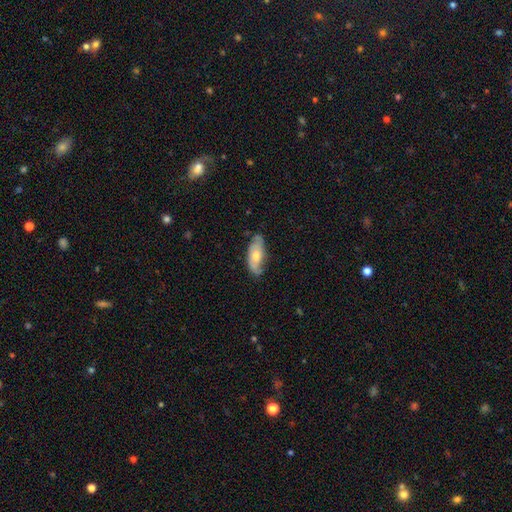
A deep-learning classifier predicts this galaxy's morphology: smooth-or-featured: featured or disk: 51% | smooth: 43% | star or artifact: 6%
  disk-edge-on: no: 85% | yes: 15%
  merging: none: 68% | minor disturbance: 25% | major disturbance: 6% | merger: 2%